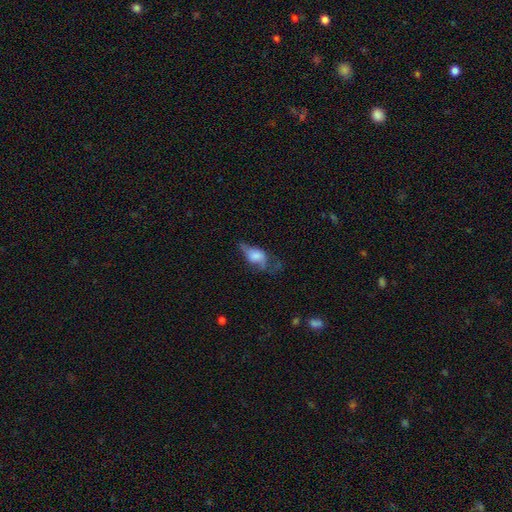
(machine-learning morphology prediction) smooth_or_featured: smooth (p=0.53) [alt: featured or disk p=0.38]
how_rounded: in between (p=0.80) [alt: round p=0.14]
merging: major disturbance (p=0.41) [alt: none p=0.29]